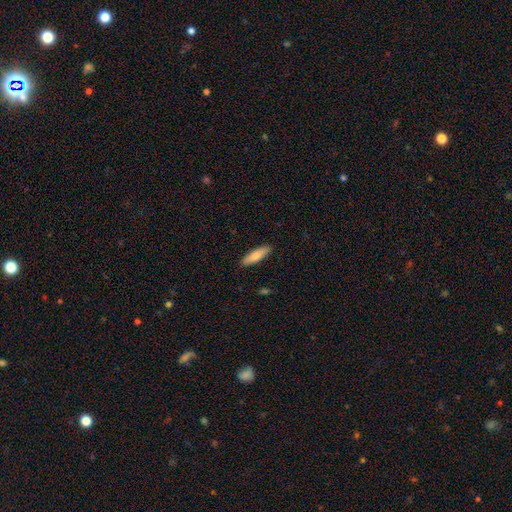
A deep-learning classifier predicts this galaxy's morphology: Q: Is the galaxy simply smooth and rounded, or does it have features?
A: smooth — 78%.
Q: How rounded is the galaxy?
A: cigar-shaped — 61%.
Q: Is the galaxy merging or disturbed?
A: none — 89%.